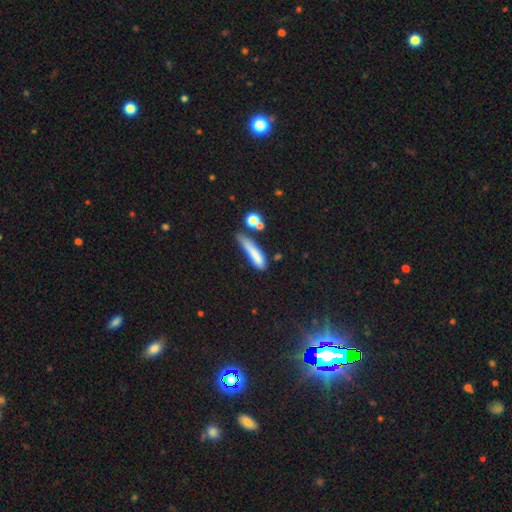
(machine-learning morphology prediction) A smooth galaxy with no disk features (74%) that is cigar-shaped (80%). Merging: none (44%).